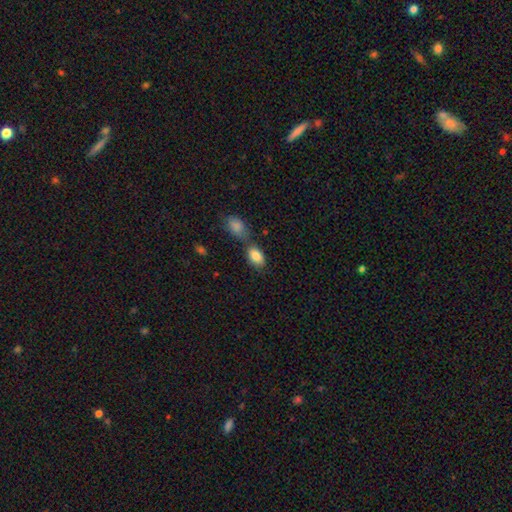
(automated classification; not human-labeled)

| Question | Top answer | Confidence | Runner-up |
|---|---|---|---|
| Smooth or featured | smooth | 85% | star or artifact (8%) |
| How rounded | in between | 90% | round (8%) |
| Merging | none | 50% | merger (33%) |